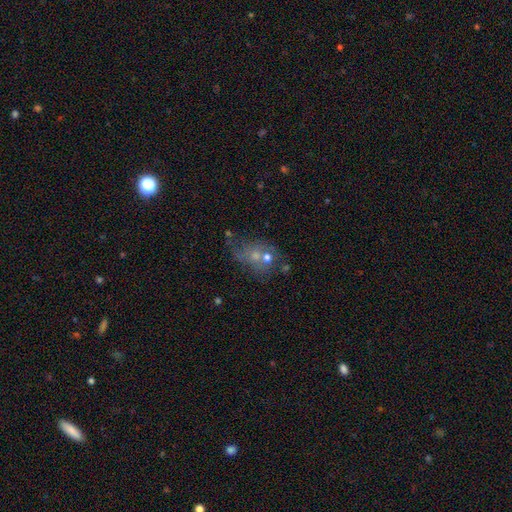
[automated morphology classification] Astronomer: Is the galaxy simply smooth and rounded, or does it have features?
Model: smooth — 38% (runner-up: featured or disk, 35%).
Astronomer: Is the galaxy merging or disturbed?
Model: none — 38% (runner-up: merger, 28%).